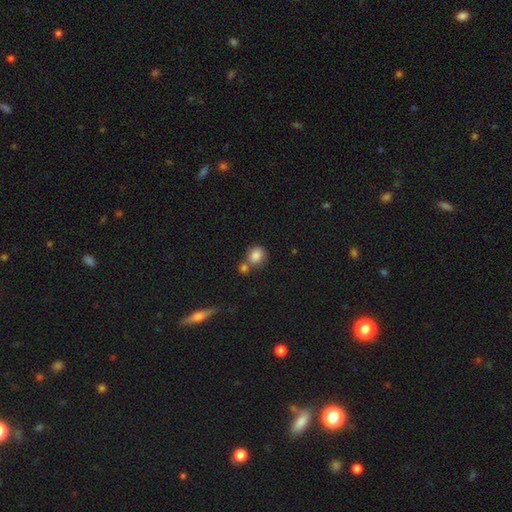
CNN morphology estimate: The model was most divided on "merging": none: 53%, merger: 31%, minor disturbance: 12%, major disturbance: 4%. More confident: smooth or featured — smooth (85%); how rounded — round (78%).